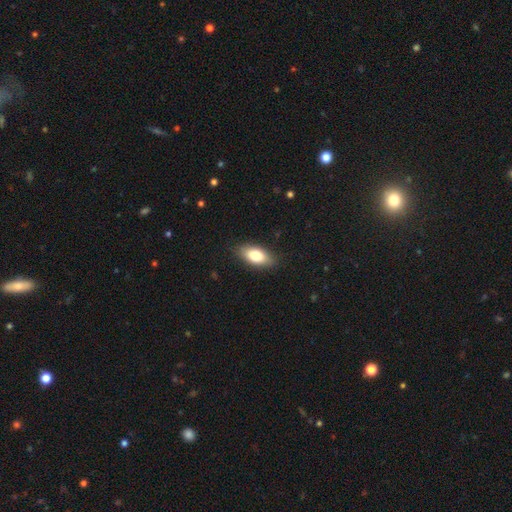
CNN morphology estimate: The model was most divided on "smooth or featured": smooth: 79%, featured or disk: 15%, star or artifact: 7%. More confident: how rounded — in between (88%); merging — none (85%).